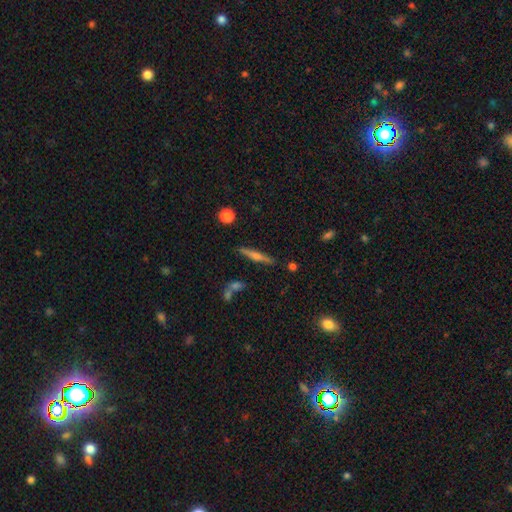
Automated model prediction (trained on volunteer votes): Smooth or featured? featured or disk (51%)
Edge-on disk? yes (95%)
Merging? none (84%)